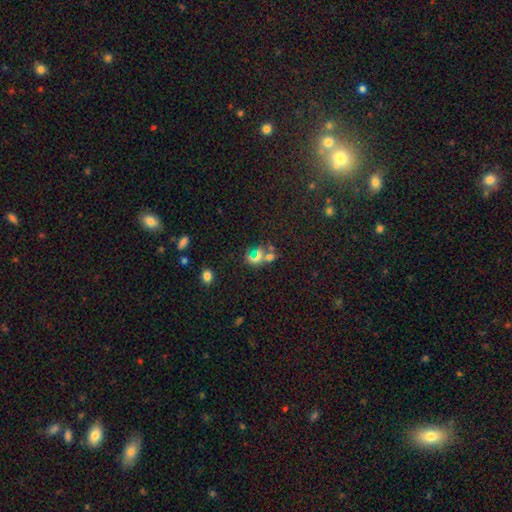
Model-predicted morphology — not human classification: Smooth or featured?
  - star or artifact: 41% *
  - smooth: 40%
  - featured or disk: 19%